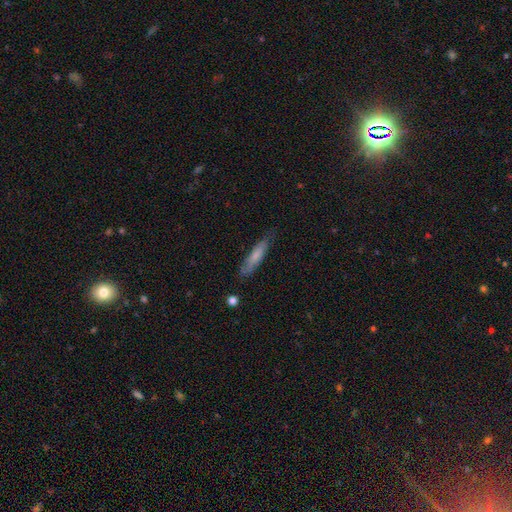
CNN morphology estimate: A smooth galaxy with no disk features (66%) that is cigar-shaped (85%).

Vote fractions:
- Smooth or featured? smooth: 66% / featured or disk: 28% / star or artifact: 6%
- How rounded? cigar-shaped: 85% / in between: 14% / round: 1%
- Merging? none: 76% / minor disturbance: 18% / major disturbance: 3% / merger: 2%